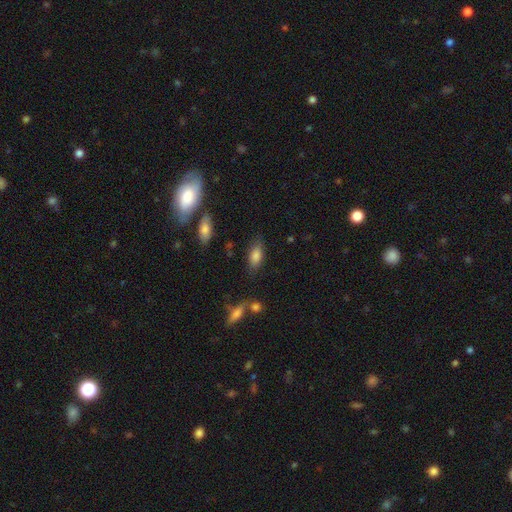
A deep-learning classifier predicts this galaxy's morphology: This appears to be a smooth galaxy with no disk features (83%) that is in between round and cigar-shaped (87%). Merging: none (76%).